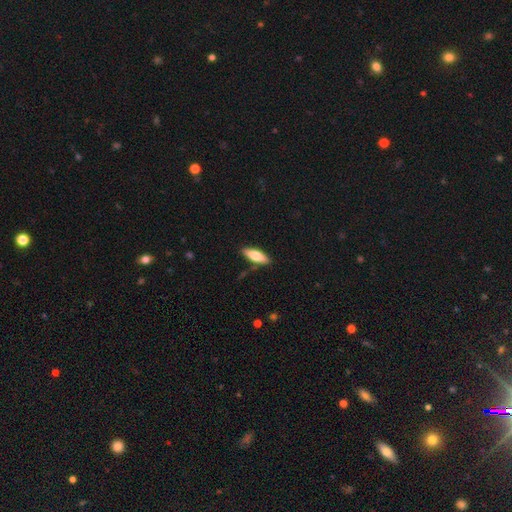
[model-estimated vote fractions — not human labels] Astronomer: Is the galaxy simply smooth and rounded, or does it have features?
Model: smooth — 71%.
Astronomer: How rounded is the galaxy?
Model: in between — 55% (runner-up: cigar-shaped, 43%).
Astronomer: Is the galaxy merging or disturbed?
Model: none — 85%.